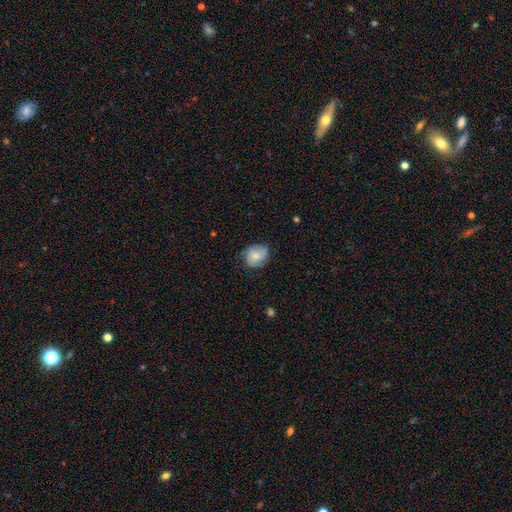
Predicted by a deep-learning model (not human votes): Smooth or featured: smooth — 66% (featured or disk — 27%)
How rounded: round — 55% (in between — 44%)
Merging: none — 65% (minor disturbance — 28%)